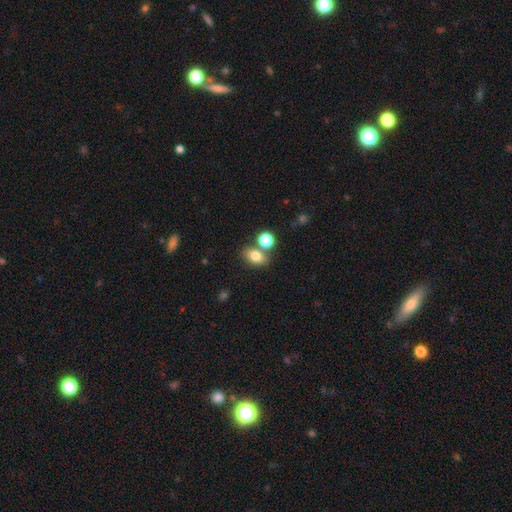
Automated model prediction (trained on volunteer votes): smooth_or_featured: smooth (p=0.79) [alt: star or artifact p=0.11]
how_rounded: in between (p=0.69) [alt: round p=0.29]
merging: none (p=0.59) [alt: merger p=0.26]